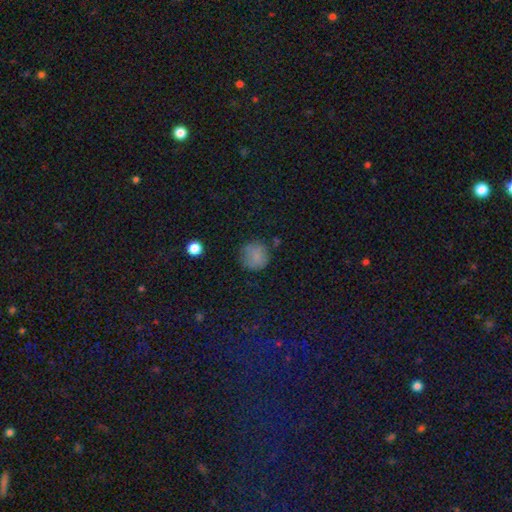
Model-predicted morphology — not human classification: A smooth galaxy with no disk features (78%) that is round (92%).

Vote fractions:
- Smooth or featured? smooth: 78% / star or artifact: 13% / featured or disk: 10%
- How rounded? round: 92% / in between: 7% / cigar-shaped: 1%
- Merging? none: 74% / minor disturbance: 17% / major disturbance: 6% / merger: 3%